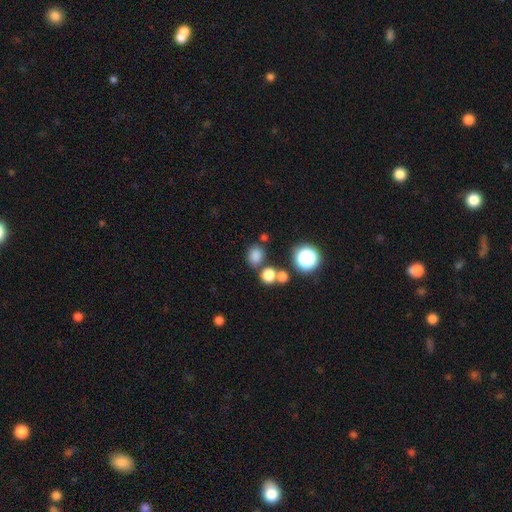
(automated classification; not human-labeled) Q: Smooth or featured?
A: smooth (77%); runner-up: star or artifact (17%)
Q: How rounded?
A: round (65%); runner-up: in between (34%)
Q: Merging?
A: none (70%); runner-up: merger (15%)